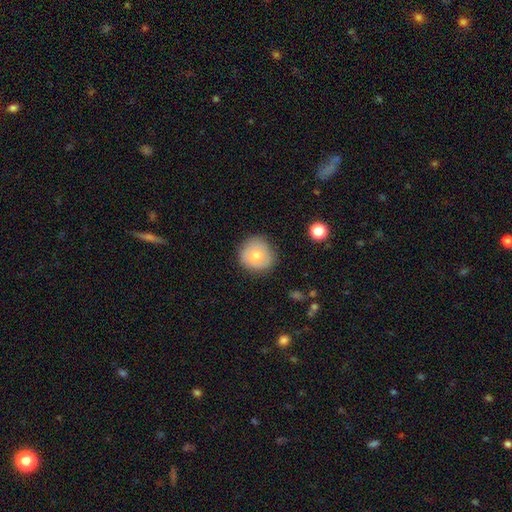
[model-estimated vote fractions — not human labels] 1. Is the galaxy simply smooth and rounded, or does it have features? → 70% smooth, 23% featured or disk, 7% star or artifact.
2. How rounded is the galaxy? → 91% round, 8% in between, 1% cigar-shaped.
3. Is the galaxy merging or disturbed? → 81% none, 14% minor disturbance, 3% major disturbance, 1% merger.